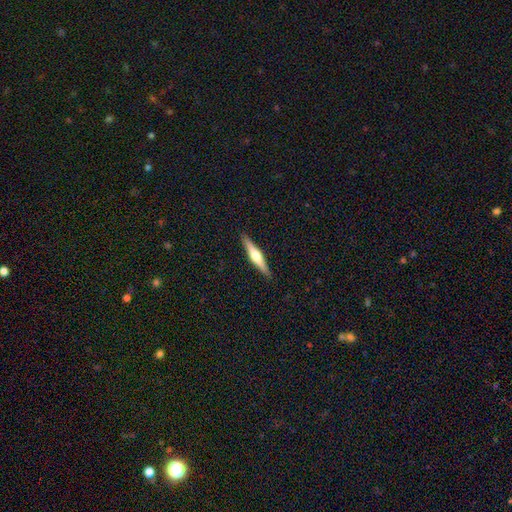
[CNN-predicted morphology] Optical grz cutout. It shows a featured or disk galaxy (67%) viewed edge-on (98%) with a rounded central bulge (92%). Merging: none (91%).